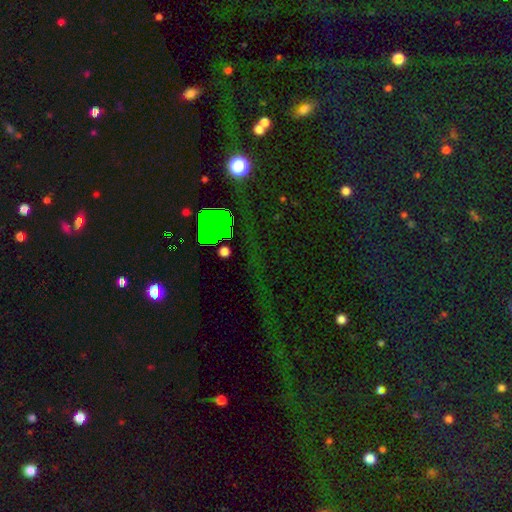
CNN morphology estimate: This appears to be a star or artifact, not a galaxy (80%).